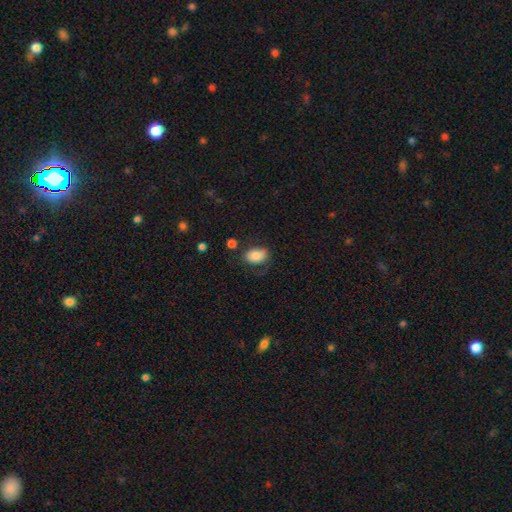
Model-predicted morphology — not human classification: Smooth or featured?
  - smooth: 83% *
  - featured or disk: 9%
  - star or artifact: 8%
How rounded?
  - in between: 85% *
  - round: 14%
  - cigar-shaped: 1%
Merging?
  - none: 58% *
  - minor disturbance: 25%
  - major disturbance: 12%
  - merger: 5%